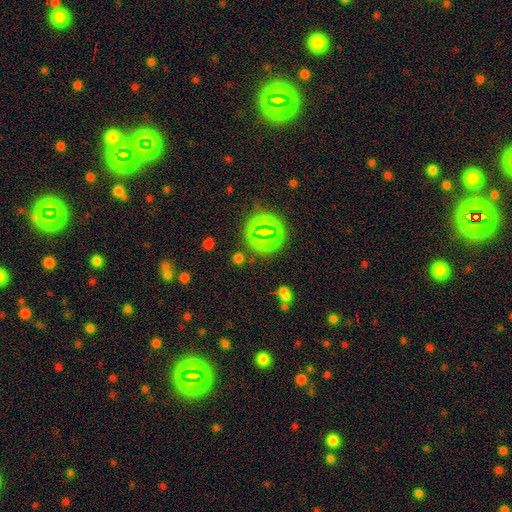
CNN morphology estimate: Q: Smooth or featured?
A: star or artifact (57%); runner-up: smooth (24%)